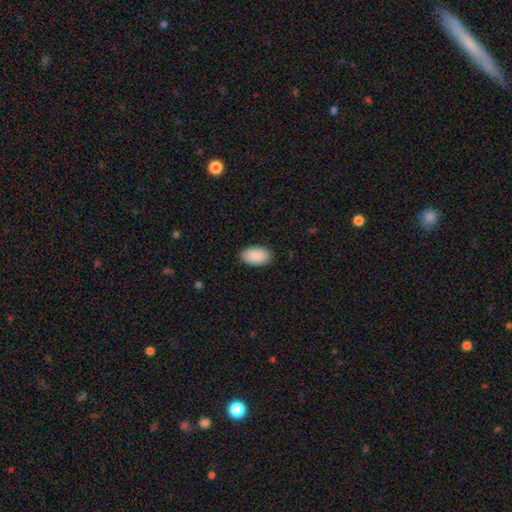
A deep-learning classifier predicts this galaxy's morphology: smooth 90%, star or artifact 6%, featured or disk 4%. Down the decision tree: how rounded — in between (94%); merging — none (88%).